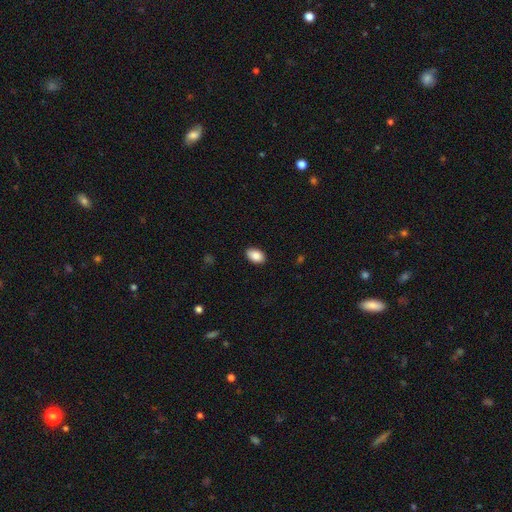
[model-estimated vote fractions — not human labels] The model was most divided on "merging": none: 87%, minor disturbance: 10%, major disturbance: 2%, merger: 1%. More confident: how rounded — in between (89%); smooth or featured — smooth (89%).